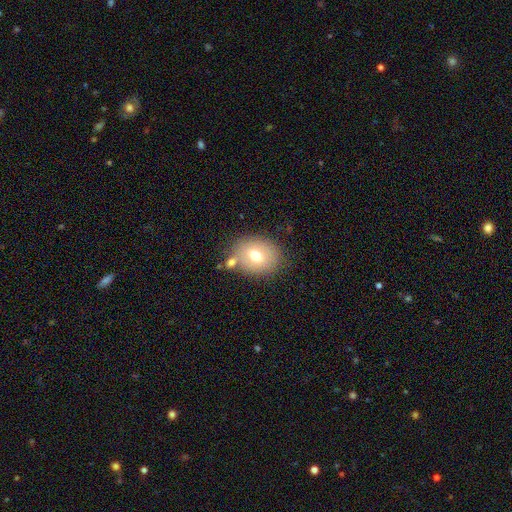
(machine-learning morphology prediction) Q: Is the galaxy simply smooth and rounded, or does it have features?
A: smooth — 69%.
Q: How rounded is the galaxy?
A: round — 51%.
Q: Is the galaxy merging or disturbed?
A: none — 70%.